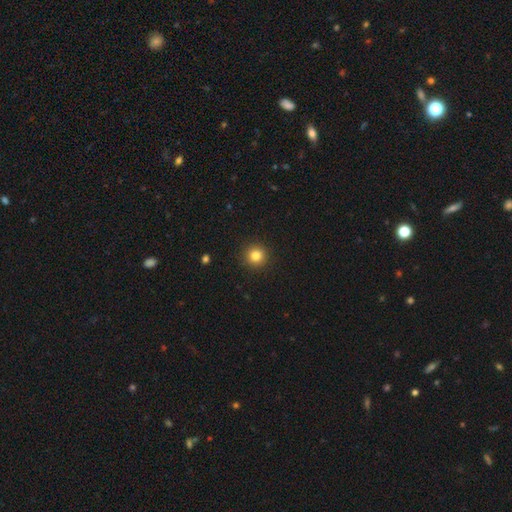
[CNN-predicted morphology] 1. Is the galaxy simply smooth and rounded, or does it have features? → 83% smooth, 12% star or artifact, 6% featured or disk.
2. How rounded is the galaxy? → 95% round, 4% in between, 1% cigar-shaped.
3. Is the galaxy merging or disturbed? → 92% none, 5% minor disturbance, 2% major disturbance, 1% merger.